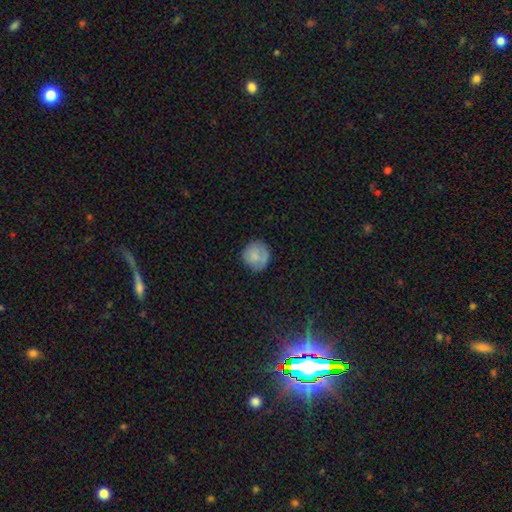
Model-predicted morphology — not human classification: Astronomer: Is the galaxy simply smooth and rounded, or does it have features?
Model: smooth — 80%.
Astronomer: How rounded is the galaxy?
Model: round — 89%.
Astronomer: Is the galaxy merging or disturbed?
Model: none — 77%.